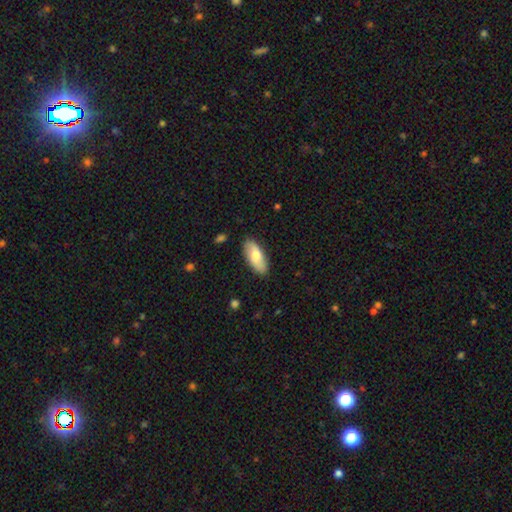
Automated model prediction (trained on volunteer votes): smooth-or-featured: smooth: 70% | featured or disk: 25% | star or artifact: 5%
  how-rounded: in between: 84% | cigar-shaped: 14% | round: 2%
  merging: none: 86% | minor disturbance: 11% | major disturbance: 2% | merger: 1%